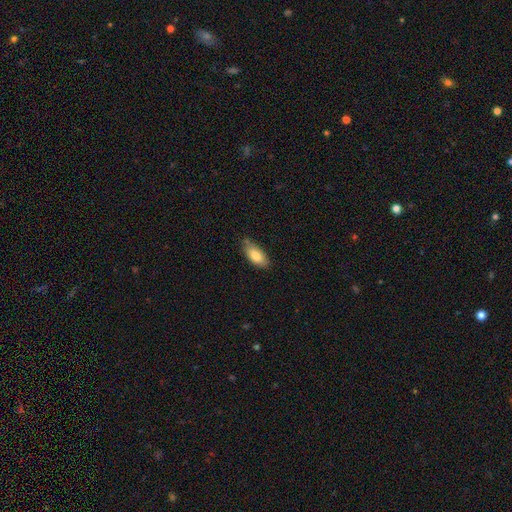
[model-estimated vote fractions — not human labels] smooth-or-featured: smooth: 82% | featured or disk: 11% | star or artifact: 6%
  how-rounded: in between: 90% | cigar-shaped: 8% | round: 2%
  merging: none: 70% | minor disturbance: 24% | major disturbance: 3% | merger: 3%